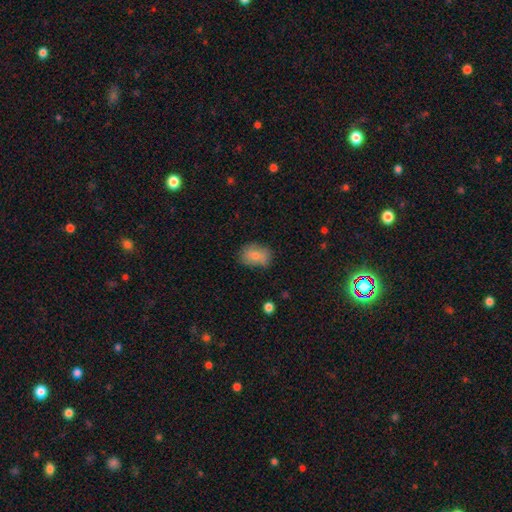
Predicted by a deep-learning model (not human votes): A smooth galaxy with no disk features (80%) that is in between round and cigar-shaped (74%).

Vote fractions:
- Smooth or featured? smooth: 80% / featured or disk: 12% / star or artifact: 8%
- How rounded? in between: 74% / round: 25% / cigar-shaped: 1%
- Merging? none: 64% / minor disturbance: 27% / major disturbance: 7% / merger: 3%